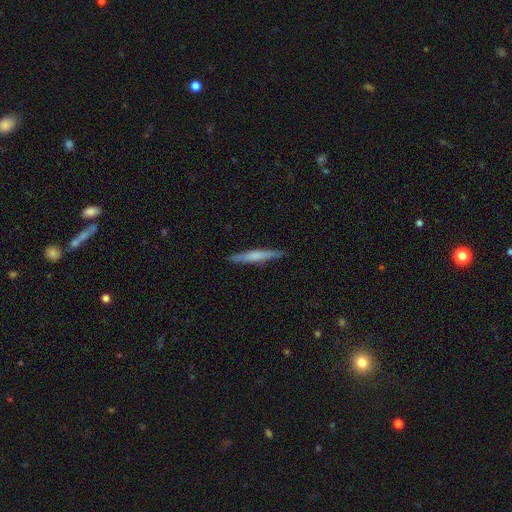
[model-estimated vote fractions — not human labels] Smooth or featured? Predicted: smooth (p=0.56). How rounded? Predicted: cigar-shaped (p=0.95). Merging? Predicted: none (p=0.89).